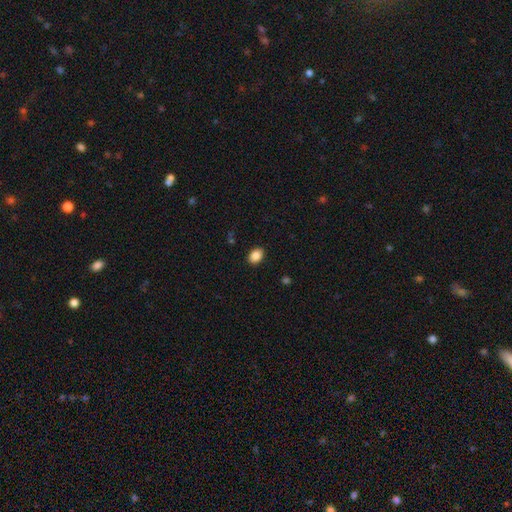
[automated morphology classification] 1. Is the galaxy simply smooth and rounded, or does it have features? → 87% smooth, 8% star or artifact, 4% featured or disk.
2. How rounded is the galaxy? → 71% in between, 28% round, 1% cigar-shaped.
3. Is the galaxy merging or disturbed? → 89% none, 8% minor disturbance, 2% major disturbance, 1% merger.